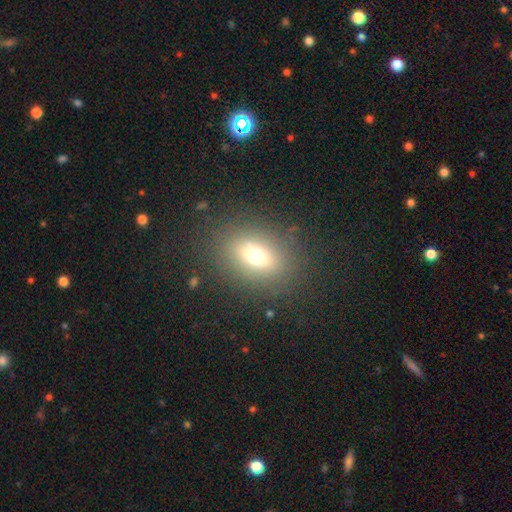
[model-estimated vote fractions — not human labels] smooth 68%, featured or disk 17%, star or artifact 15%. Down the decision tree: how rounded — in between (65%); merging — none (83%).